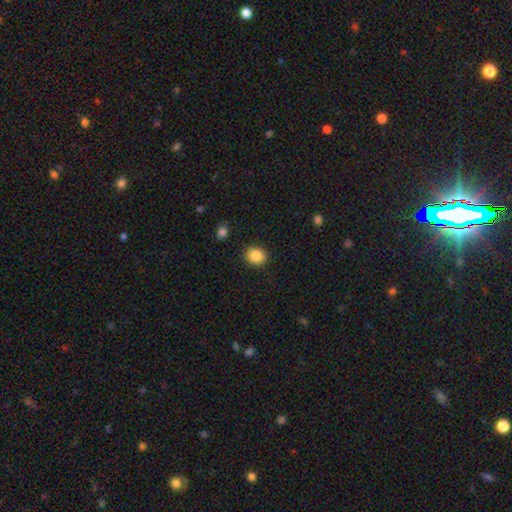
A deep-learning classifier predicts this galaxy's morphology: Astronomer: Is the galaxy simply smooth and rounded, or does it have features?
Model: smooth — 87%.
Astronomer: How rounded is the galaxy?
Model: round — 72%.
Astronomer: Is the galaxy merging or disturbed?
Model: none — 89%.